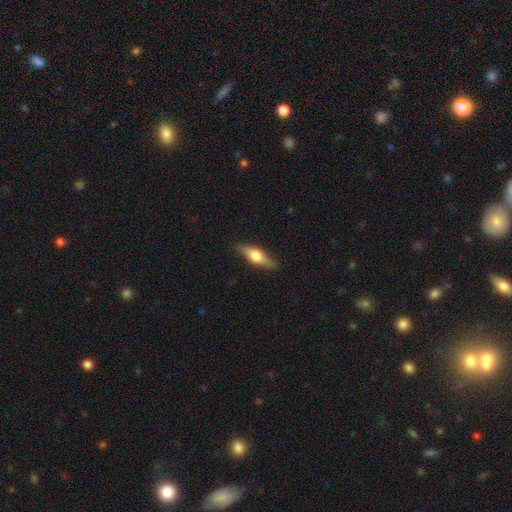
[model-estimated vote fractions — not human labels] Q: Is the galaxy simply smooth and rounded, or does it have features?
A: featured or disk — 49%.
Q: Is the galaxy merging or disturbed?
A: none — 86%.